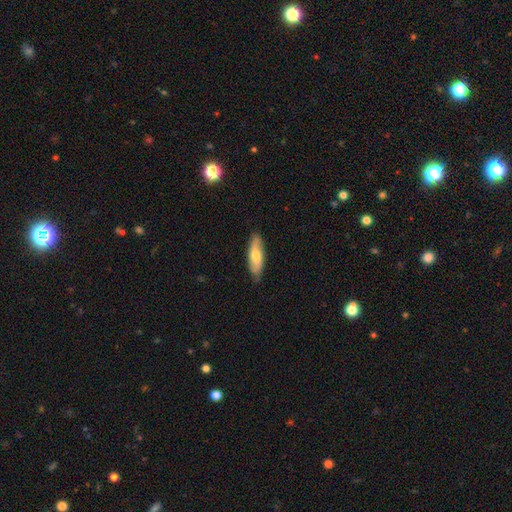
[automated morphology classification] A smooth galaxy with no disk features (62%) that is in between round and cigar-shaped (52%). Merging: none (83%).